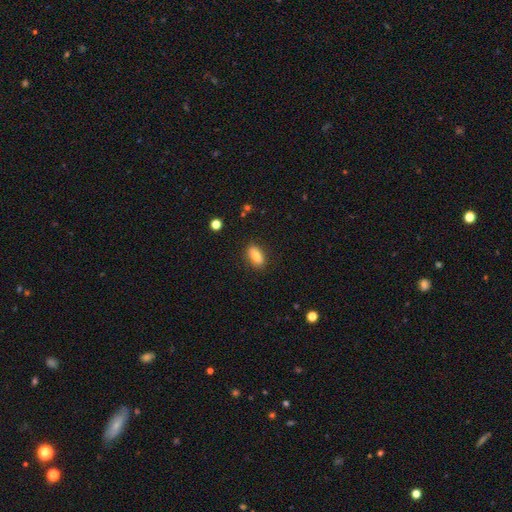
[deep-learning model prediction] Smooth or featured? Predicted: smooth (p=0.73). How rounded? Predicted: in between (p=0.86). Merging? Predicted: none (p=0.85).